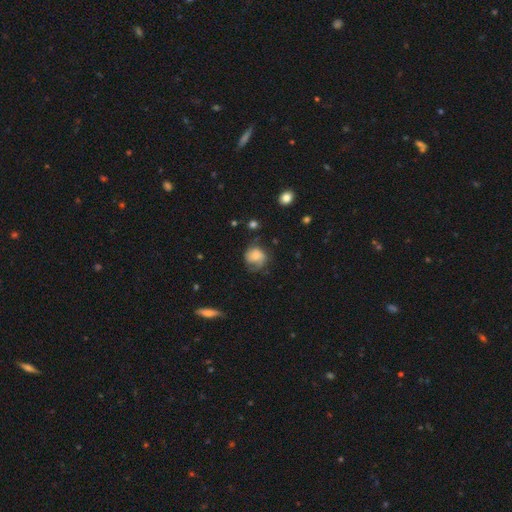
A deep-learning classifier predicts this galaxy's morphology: Q: Smooth or featured?
A: smooth (47%); runner-up: featured or disk (44%)
Q: Merging?
A: none (54%); runner-up: minor disturbance (27%)